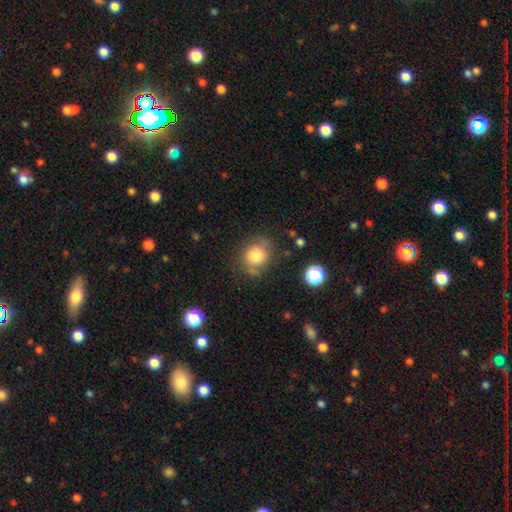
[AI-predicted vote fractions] smooth-or-featured: smooth: 75% | featured or disk: 15% | star or artifact: 10%
  how-rounded: round: 73% | in between: 26% | cigar-shaped: 1%
  merging: none: 69% | minor disturbance: 20% | major disturbance: 7% | merger: 3%